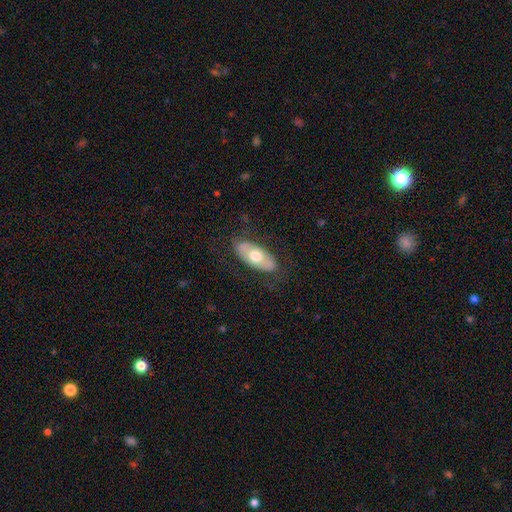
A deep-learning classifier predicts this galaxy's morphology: smooth 54%, featured or disk 41%, star or artifact 5%. Down the decision tree: how rounded — in between (89%); merging — none (79%).